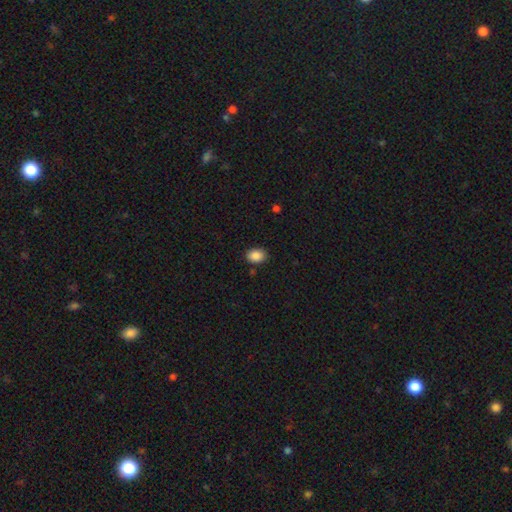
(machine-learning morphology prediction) The model was most divided on "how rounded": in between: 68%, round: 31%, cigar-shaped: 1%. More confident: smooth or featured — smooth (88%); merging — none (87%).